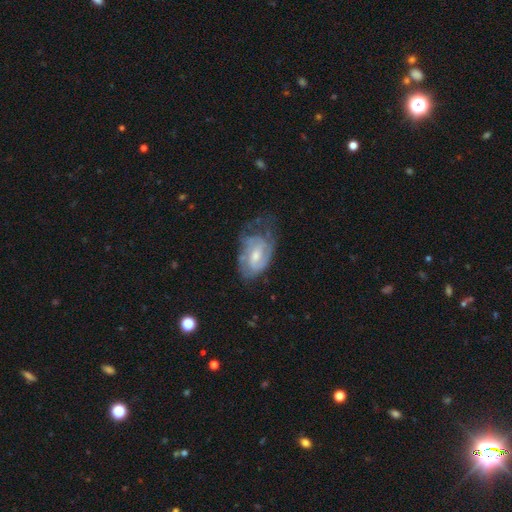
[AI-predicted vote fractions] smooth-or-featured: featured or disk: 73% | smooth: 21% | star or artifact: 6%
  disk-edge-on: no: 96% | yes: 4%
    bar: weak: 47% | no: 43% | strong: 10%
    has-spiral-arms: yes: 83% | no: 17%
      spiral-winding: tight: 47% | medium: 38% | loose: 15%
      spiral-arm-count: 2: 43% | can't tell: 35% | 3: 9% | 1: 8% | 4: 3% | more than 4: 2%
    bulge-size: moderate: 56% | small: 33% | large: 6% | none: 4% | dominant: 1%
  merging: none: 39% | minor disturbance: 30% | major disturbance: 28% | merger: 2%